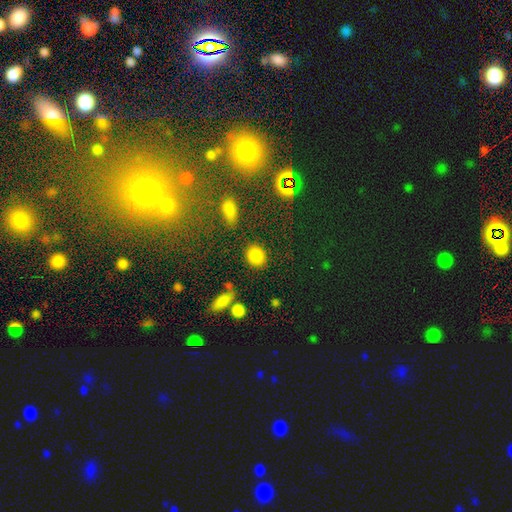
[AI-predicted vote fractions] smooth 84%, star or artifact 11%, featured or disk 5%. Down the decision tree: how rounded — round (70%); merging — none (84%).